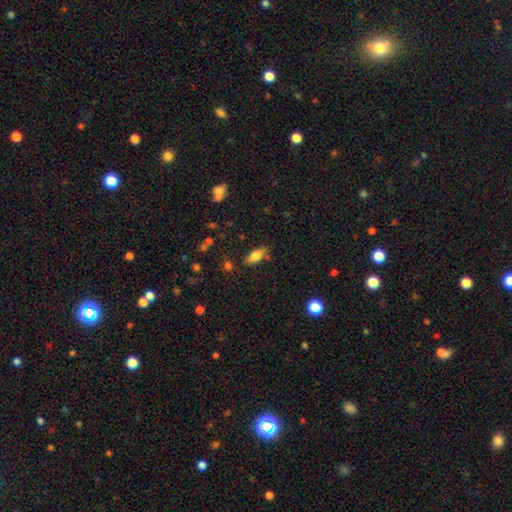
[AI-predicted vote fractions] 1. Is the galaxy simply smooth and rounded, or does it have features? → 76% smooth, 16% featured or disk, 8% star or artifact.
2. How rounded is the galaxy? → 80% in between, 17% cigar-shaped, 3% round.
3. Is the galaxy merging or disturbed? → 76% none, 17% minor disturbance, 4% major disturbance, 4% merger.